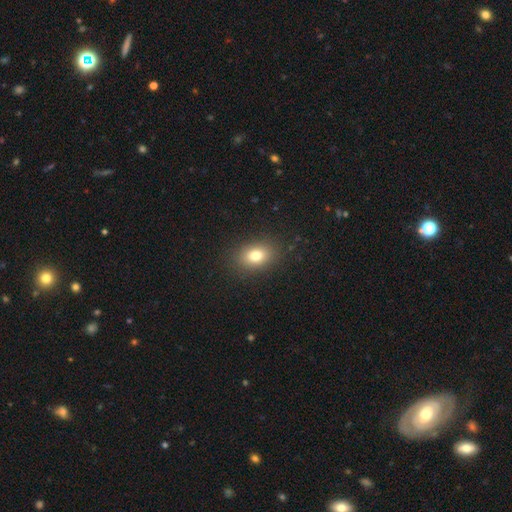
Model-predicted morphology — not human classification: A smooth galaxy with no disk features (79%) that is in between round and cigar-shaped (76%). Merging: none (87%).